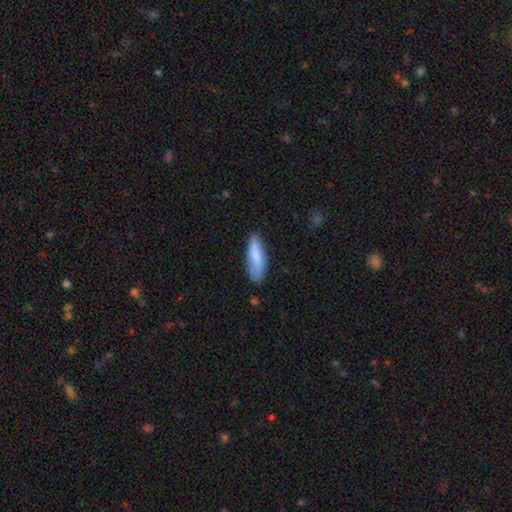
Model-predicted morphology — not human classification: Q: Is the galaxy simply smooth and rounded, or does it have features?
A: smooth — 81%.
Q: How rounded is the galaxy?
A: cigar-shaped — 49%, tied with in between.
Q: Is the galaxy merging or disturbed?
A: none — 72%.